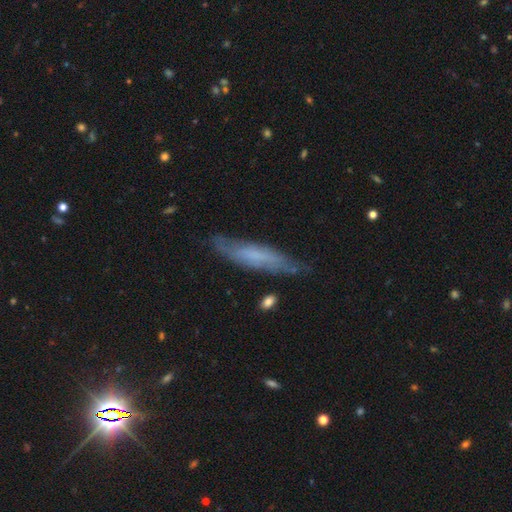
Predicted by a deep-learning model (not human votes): This is possibly a smooth galaxy (46%, tied with featured or disk). Merging: likely none (71%).